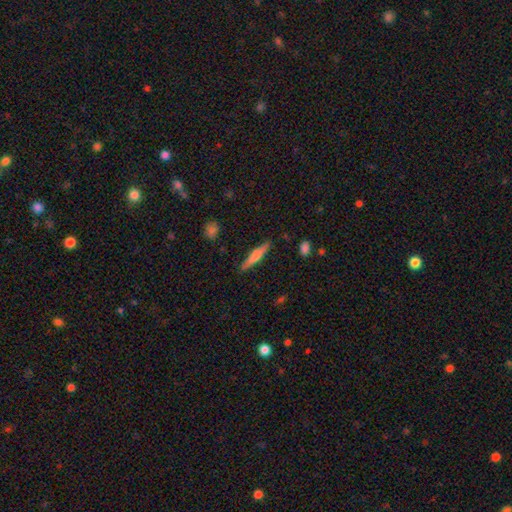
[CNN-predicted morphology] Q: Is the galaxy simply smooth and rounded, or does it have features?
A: smooth — 50%.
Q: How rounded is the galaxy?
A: cigar-shaped — 89%.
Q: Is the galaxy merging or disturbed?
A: none — 87%.